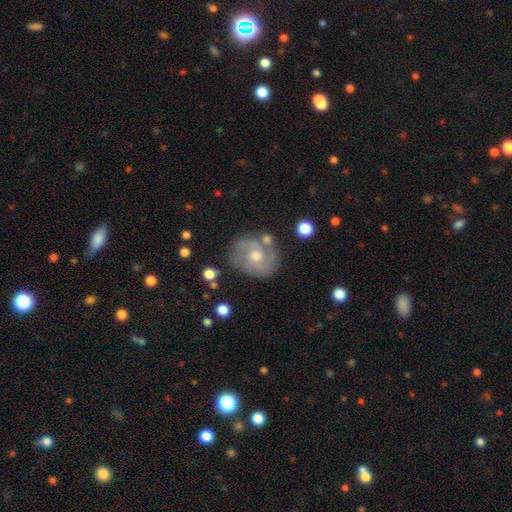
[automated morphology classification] Smooth or featured? Predicted: featured or disk (p=0.72). Edge-on disk? Predicted: no (p=0.97). Bar? Predicted: no (p=0.62). Spiral arms? Predicted: yes (p=0.85). Spiral winding? Predicted: medium (p=0.46). Spiral arm count? Predicted: 2 (p=0.73). Bulge size? Predicted: moderate (p=0.69). Merging? Predicted: none (p=0.71).